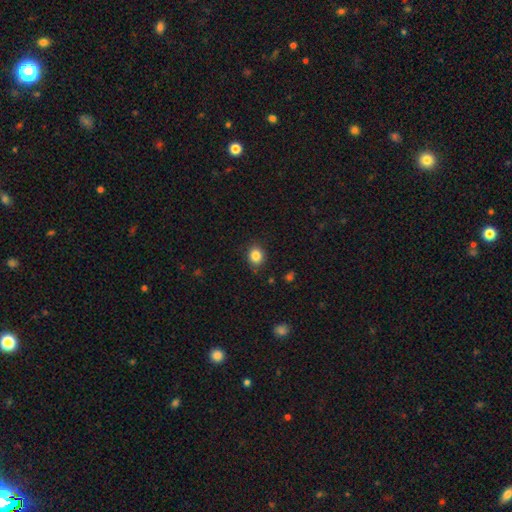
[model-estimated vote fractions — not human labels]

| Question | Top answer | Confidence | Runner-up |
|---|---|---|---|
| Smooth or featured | smooth | 85% | star or artifact (11%) |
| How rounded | round | 71% | in between (28%) |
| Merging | none | 87% | minor disturbance (9%) |